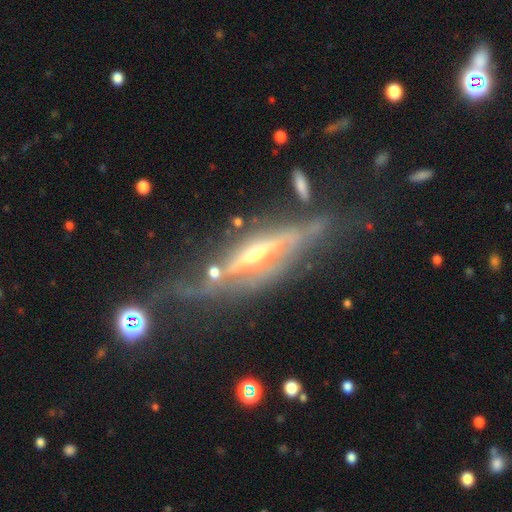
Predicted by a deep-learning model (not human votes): Q: Smooth or featured?
A: featured or disk (85%); runner-up: smooth (9%)
Q: Edge-on disk?
A: yes (78%); runner-up: no (22%)
Q: Edge-on bulge?
A: rounded (78%); runner-up: boxy (11%)
Q: Merging?
A: none (51%); runner-up: minor disturbance (23%)